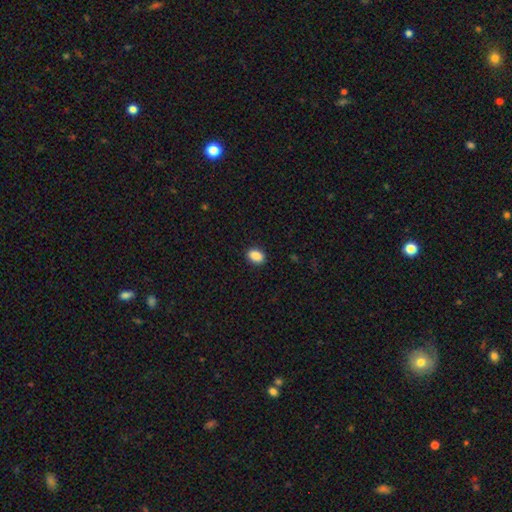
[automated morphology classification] The model was most divided on "how rounded": in between: 77%, round: 21%, cigar-shaped: 1%. More confident: merging — none (90%); smooth or featured — smooth (89%).